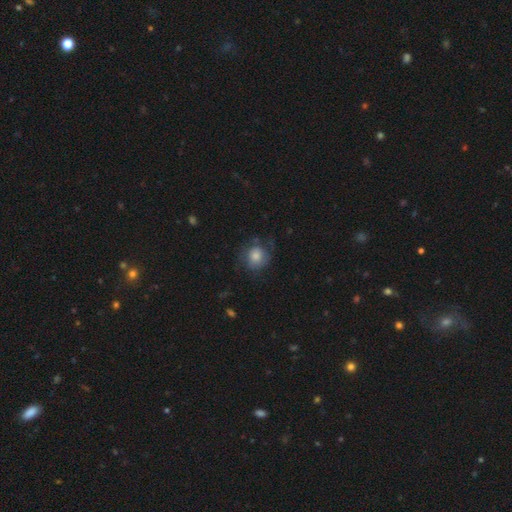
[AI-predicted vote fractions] Smooth or featured?
  - smooth: 63% *
  - featured or disk: 26%
  - star or artifact: 11%
How rounded?
  - round: 83% *
  - in between: 16%
  - cigar-shaped: 1%
Merging?
  - none: 64% *
  - minor disturbance: 21%
  - major disturbance: 13%
  - merger: 2%